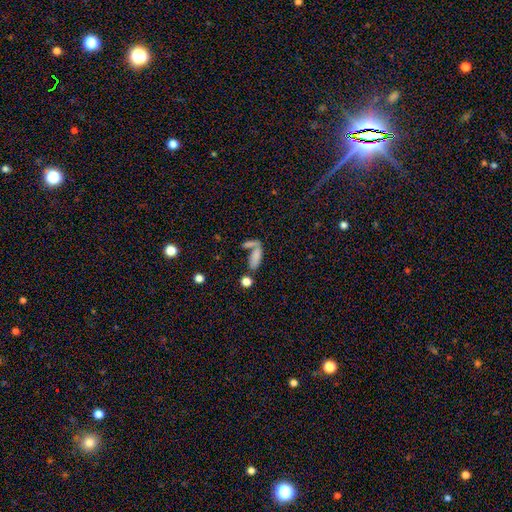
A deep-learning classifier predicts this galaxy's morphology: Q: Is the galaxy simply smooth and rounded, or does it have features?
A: smooth — 76%.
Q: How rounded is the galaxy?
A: in between — 61%.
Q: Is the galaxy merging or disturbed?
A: none — 40%, tied with merger.